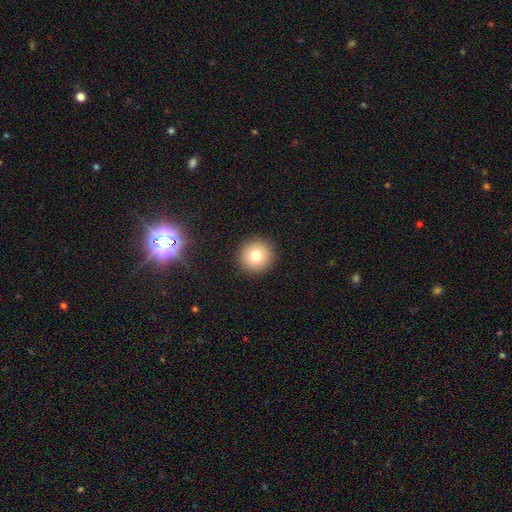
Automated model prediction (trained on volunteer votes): Smooth or featured: smooth — 76% (star or artifact — 12%)
How rounded: round — 94% (in between — 5%)
Merging: none — 92% (minor disturbance — 5%)